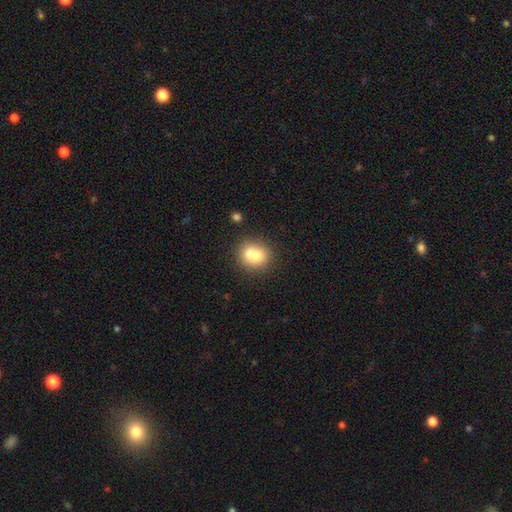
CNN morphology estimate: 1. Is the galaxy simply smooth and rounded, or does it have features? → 70% smooth, 20% featured or disk, 10% star or artifact.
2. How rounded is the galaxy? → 74% round, 25% in between, 1% cigar-shaped.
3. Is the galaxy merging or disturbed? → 45% merger, 41% none, 10% minor disturbance, 4% major disturbance.